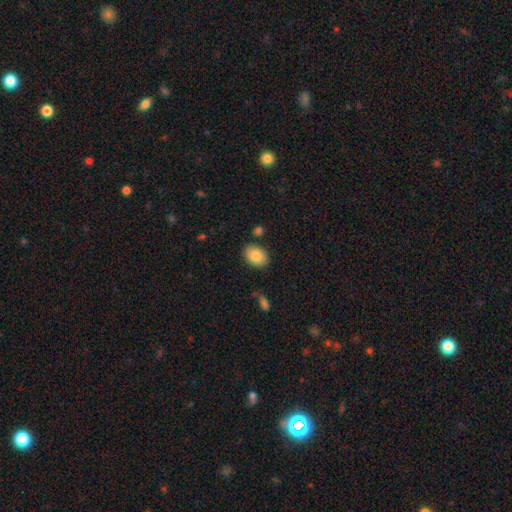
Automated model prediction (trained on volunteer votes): smooth 86%, featured or disk 7%, star or artifact 7%. Down the decision tree: how rounded — in between (82%); merging — none (84%).